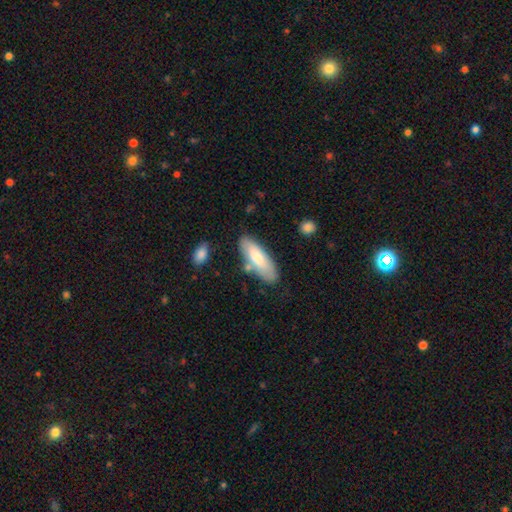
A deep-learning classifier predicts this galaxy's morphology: smooth-or-featured: smooth: 73% | featured or disk: 21% | star or artifact: 6%
  how-rounded: in between: 60% | cigar-shaped: 38% | round: 2%
  merging: none: 76% | minor disturbance: 15% | merger: 6% | major disturbance: 3%